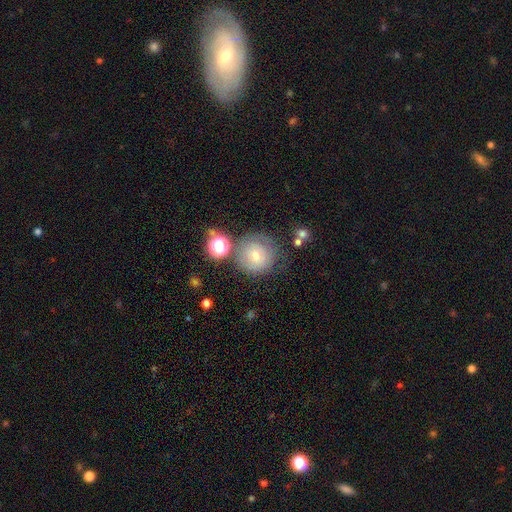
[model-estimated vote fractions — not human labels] smooth-or-featured: smooth: 51% | featured or disk: 31% | star or artifact: 18%
  how-rounded: round: 93% | in between: 6% | cigar-shaped: 1%
  merging: none: 71% | minor disturbance: 15% | merger: 8% | major disturbance: 7%